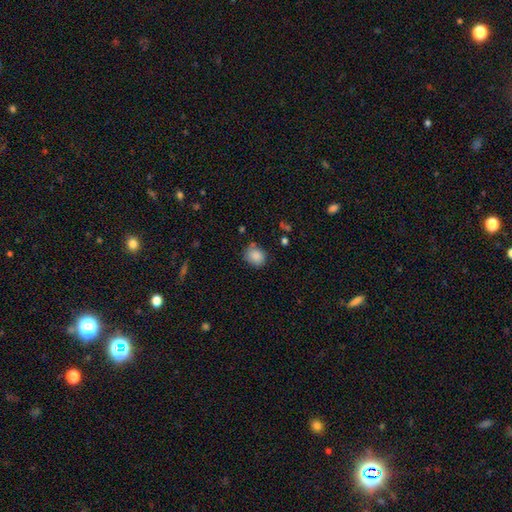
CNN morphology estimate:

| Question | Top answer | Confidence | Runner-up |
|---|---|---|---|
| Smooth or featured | smooth | 87% | star or artifact (8%) |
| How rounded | round | 65% | in between (34%) |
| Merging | none | 75% | minor disturbance (17%) |